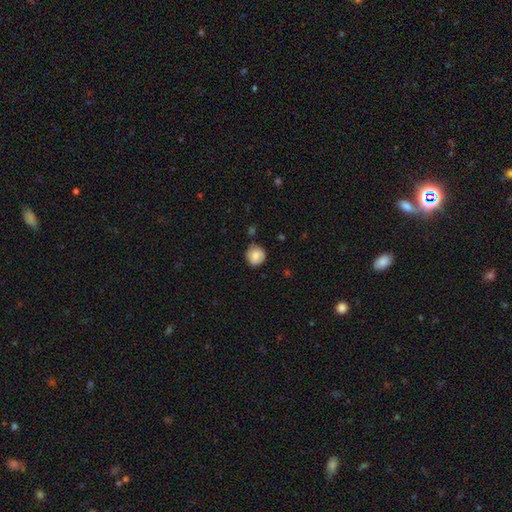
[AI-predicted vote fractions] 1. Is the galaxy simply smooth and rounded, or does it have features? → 76% smooth, 16% featured or disk, 8% star or artifact.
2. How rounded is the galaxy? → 87% round, 12% in between, 1% cigar-shaped.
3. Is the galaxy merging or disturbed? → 75% none, 18% minor disturbance, 4% major disturbance, 3% merger.